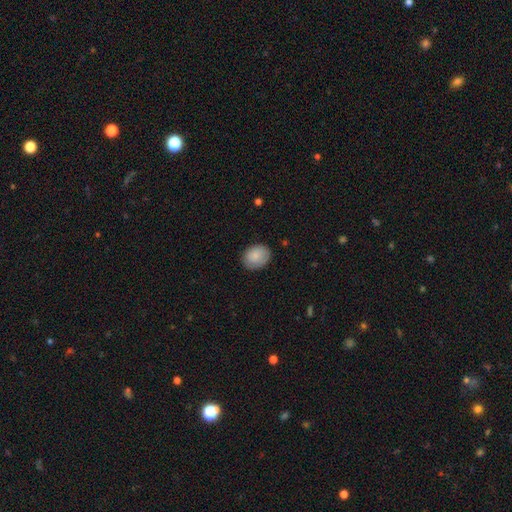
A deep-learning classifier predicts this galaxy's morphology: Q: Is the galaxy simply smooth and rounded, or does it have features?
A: smooth — 84%.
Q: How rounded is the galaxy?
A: in between — 56%.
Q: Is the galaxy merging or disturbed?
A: none — 81%.